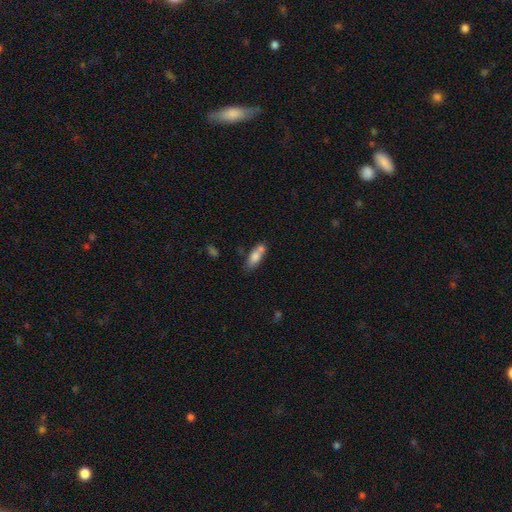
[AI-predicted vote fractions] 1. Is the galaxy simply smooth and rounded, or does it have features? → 75% smooth, 17% featured or disk, 8% star or artifact.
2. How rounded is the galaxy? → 69% in between, 27% cigar-shaped, 3% round.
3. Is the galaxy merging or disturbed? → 45% none, 34% merger, 16% minor disturbance, 5% major disturbance.